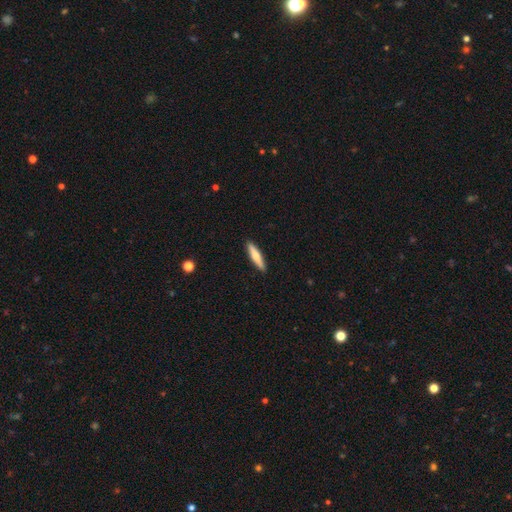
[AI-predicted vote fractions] Morphology: type=smooth (64%); roundness=cigar-shaped (86%); merging=none (91%).